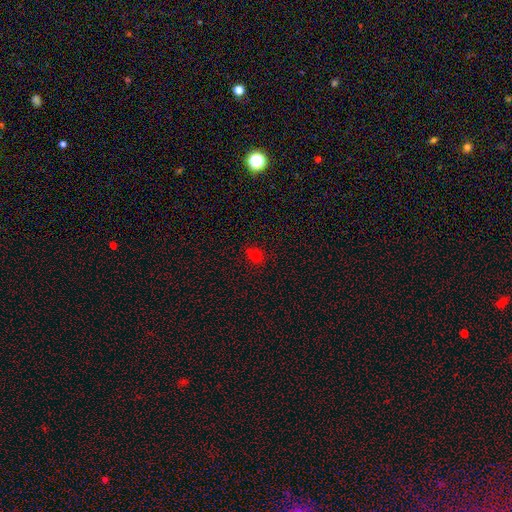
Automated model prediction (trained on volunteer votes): A smooth galaxy with no disk features (71%) that is round (68%). Merging: none (72%).